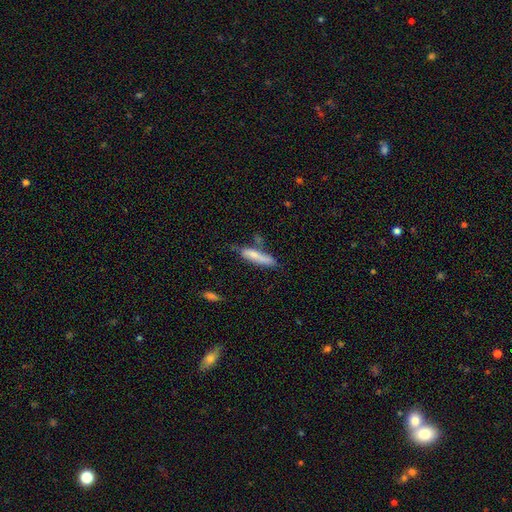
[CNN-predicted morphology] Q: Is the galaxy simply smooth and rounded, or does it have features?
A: smooth — 71%.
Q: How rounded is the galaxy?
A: cigar-shaped — 78%.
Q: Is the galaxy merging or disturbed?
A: none — 54%.